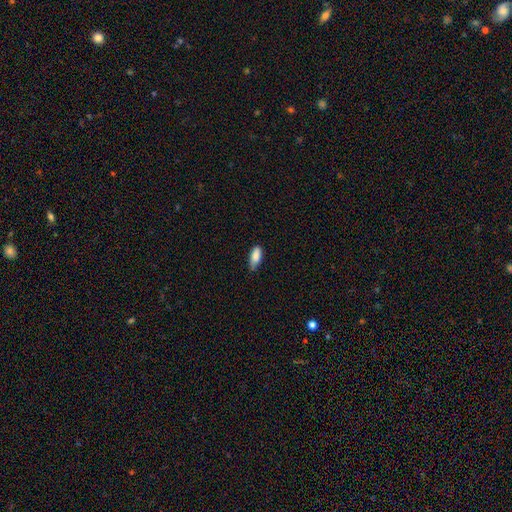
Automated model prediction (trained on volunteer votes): Smooth or featured? Predicted: smooth (p=0.86). How rounded? Predicted: in between (p=0.80). Merging? Predicted: none (p=0.64).